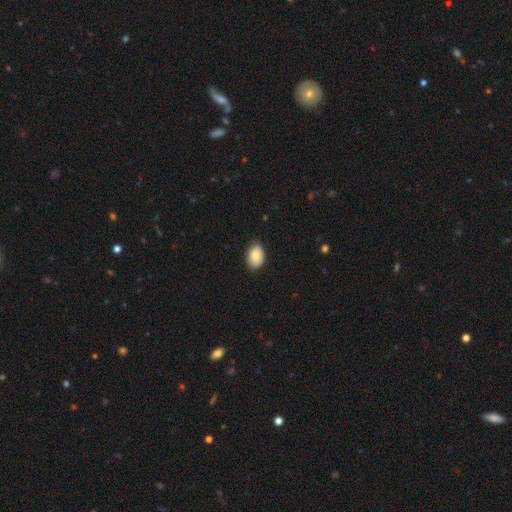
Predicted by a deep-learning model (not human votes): Smooth or featured: smooth — 84% (featured or disk — 9%)
How rounded: in between — 86% (round — 13%)
Merging: none — 84% (minor disturbance — 13%)